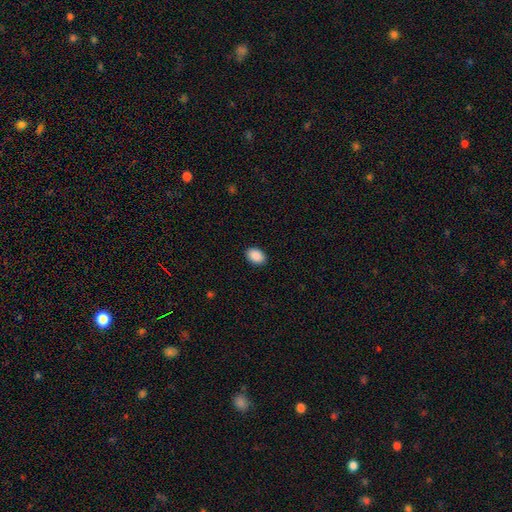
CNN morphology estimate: Smooth or featured? smooth (90%)
How rounded? in between (82%)
Merging? none (90%)